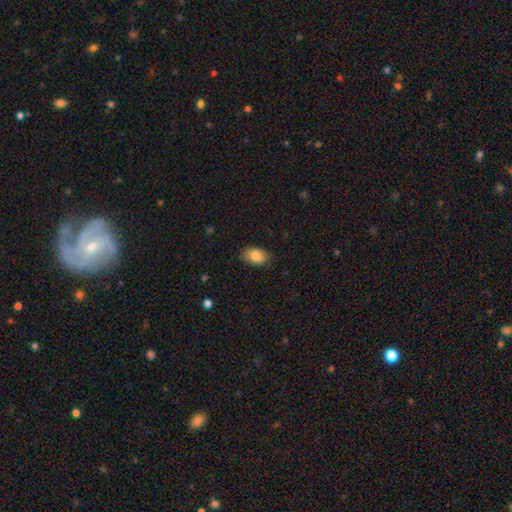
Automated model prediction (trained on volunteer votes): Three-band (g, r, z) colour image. It shows a smooth galaxy with no disk features (85%) that is in between round and cigar-shaped (89%). Merging: none (82%).